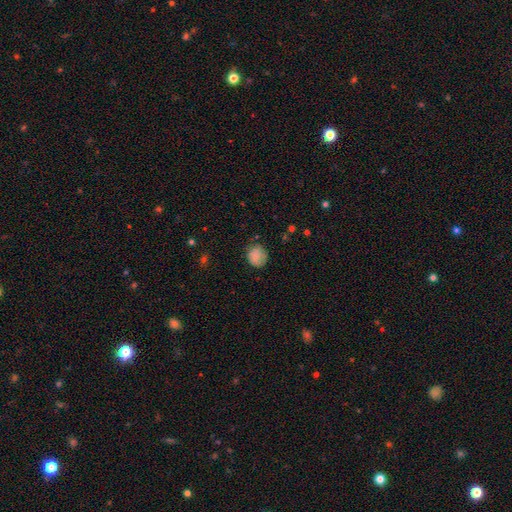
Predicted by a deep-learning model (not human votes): Smooth or featured? smooth (81%)
How rounded? round (74%)
Merging? none (70%)